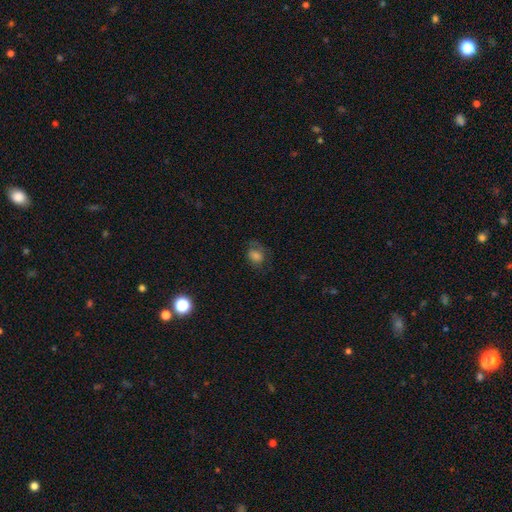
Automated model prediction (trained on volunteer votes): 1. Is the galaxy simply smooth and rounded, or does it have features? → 63% smooth, 21% featured or disk, 16% star or artifact.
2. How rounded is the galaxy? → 57% in between, 42% round, 1% cigar-shaped.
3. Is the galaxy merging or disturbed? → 57% none, 23% minor disturbance, 18% major disturbance, 2% merger.